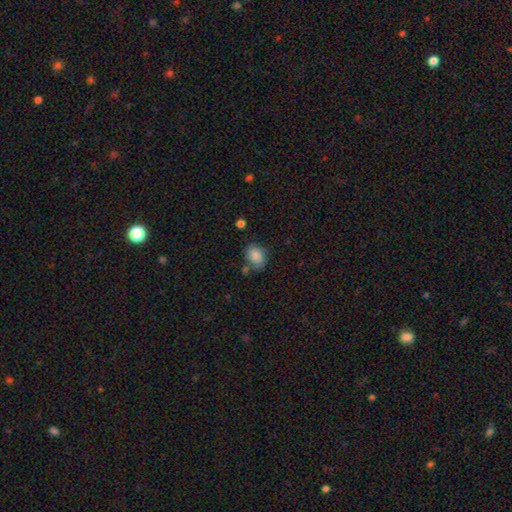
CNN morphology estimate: type=smooth (85%); roundness=in between (78%); merging=none (62%).